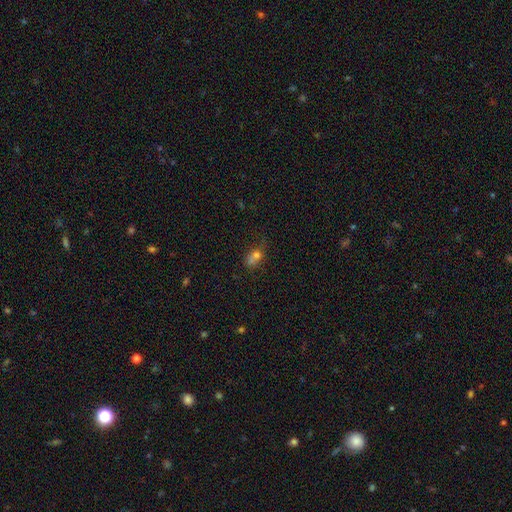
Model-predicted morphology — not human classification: This is likely a smooth galaxy (69%). How rounded: possibly in between (58%). Merging: marginally merger (36%).